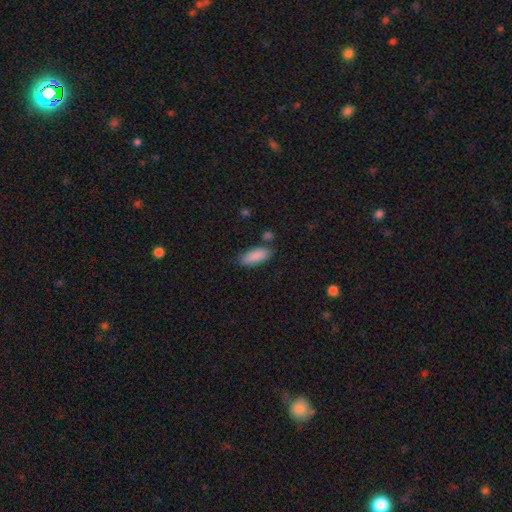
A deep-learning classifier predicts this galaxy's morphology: Smooth or featured? smooth (87%)
How rounded? in between (76%)
Merging? none (76%)